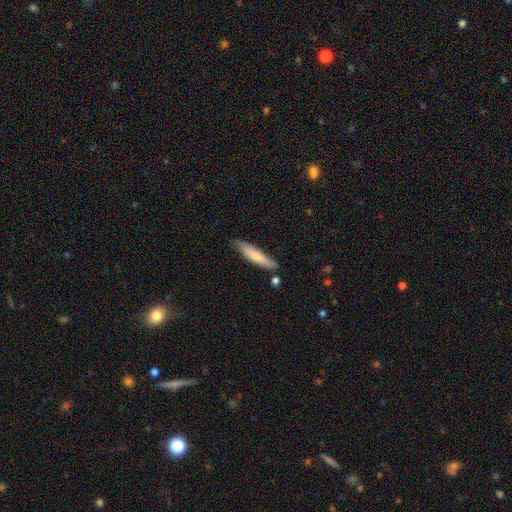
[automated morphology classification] The model was most divided on "smooth or featured": smooth: 72%, featured or disk: 23%, star or artifact: 5%. More confident: how rounded — cigar-shaped (86%); merging — none (72%).